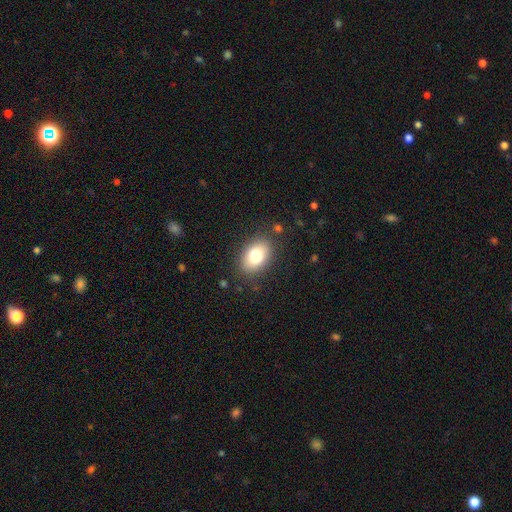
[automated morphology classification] Overall: smooth (78%). How rounded: in between (81%). Merging: none (84%).